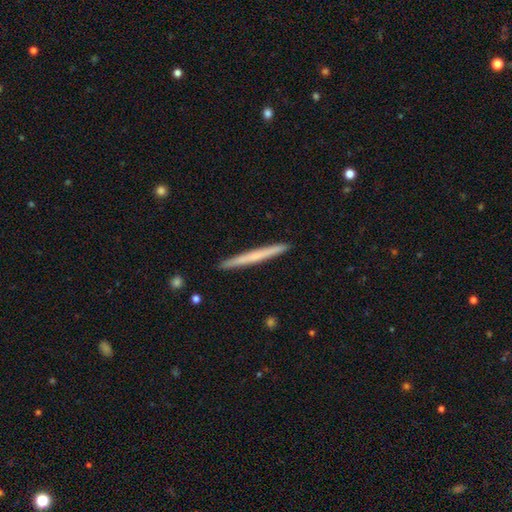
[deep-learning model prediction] Smooth or featured?
  - smooth: 54% *
  - featured or disk: 40%
  - star or artifact: 5%
How rounded?
  - cigar-shaped: 97% *
  - in between: 1%
  - round: 1%
Merging?
  - none: 93% *
  - minor disturbance: 5%
  - major disturbance: 1%
  - merger: 1%